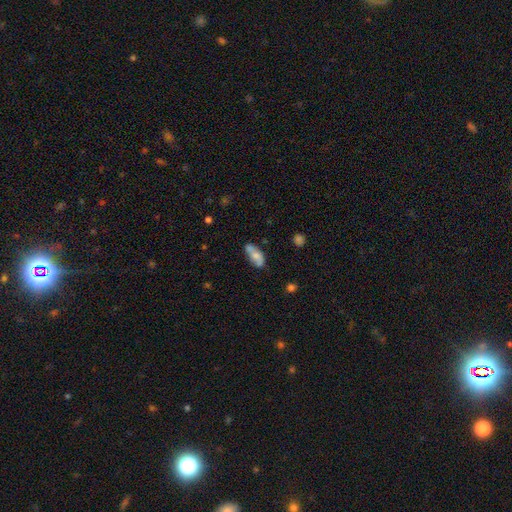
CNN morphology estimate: A smooth galaxy with no disk features (61%) that is in between round and cigar-shaped (82%).

Vote fractions:
- Smooth or featured? smooth: 61% / featured or disk: 32% / star or artifact: 7%
- How rounded? in between: 82% / cigar-shaped: 14% / round: 4%
- Merging? none: 59% / minor disturbance: 25% / merger: 9% / major disturbance: 7%